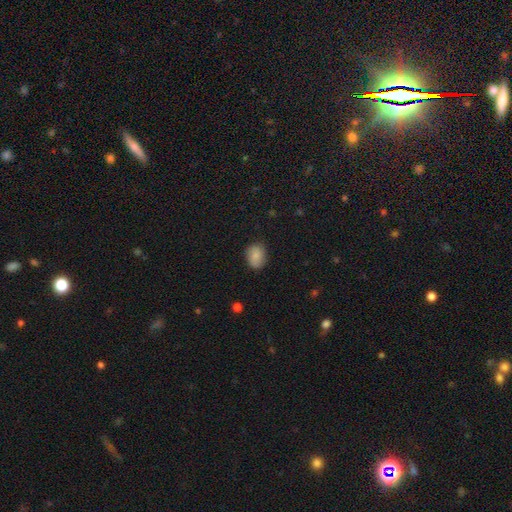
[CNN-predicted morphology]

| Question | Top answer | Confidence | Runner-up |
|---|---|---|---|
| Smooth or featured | smooth | 83% | featured or disk (9%) |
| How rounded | in between | 58% | round (41%) |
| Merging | none | 82% | minor disturbance (14%) |